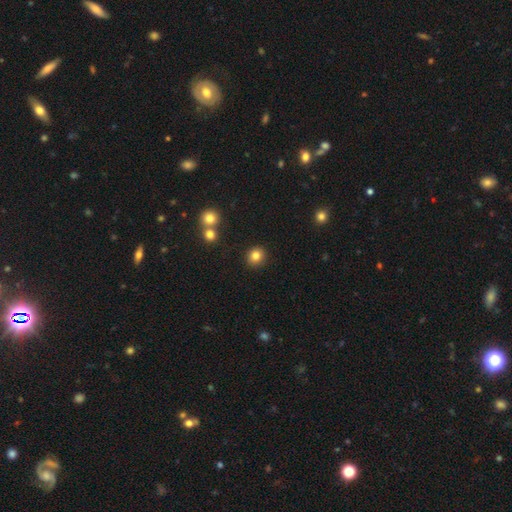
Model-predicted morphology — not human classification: Smooth or featured: smooth — 83% (star or artifact — 11%)
How rounded: round — 86% (in between — 13%)
Merging: none — 89% (minor disturbance — 6%)